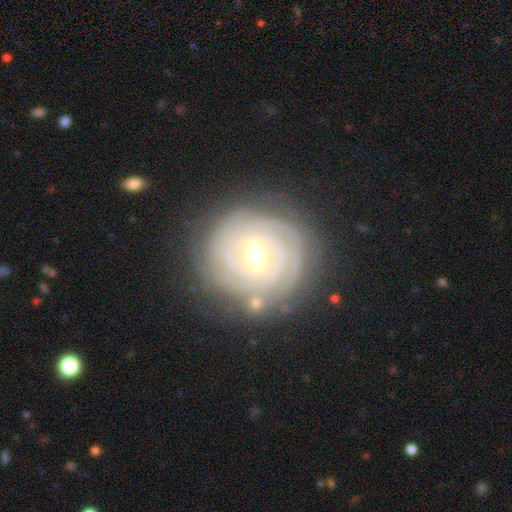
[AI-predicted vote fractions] Morphology: type=featured or disk (86%); edge-on=no (97%); bar=weak (53%); spiral arms=yes (95%); winding=tight (87%); arm count=can't tell (34%); bulge=moderate (61%); merging=none (81%).